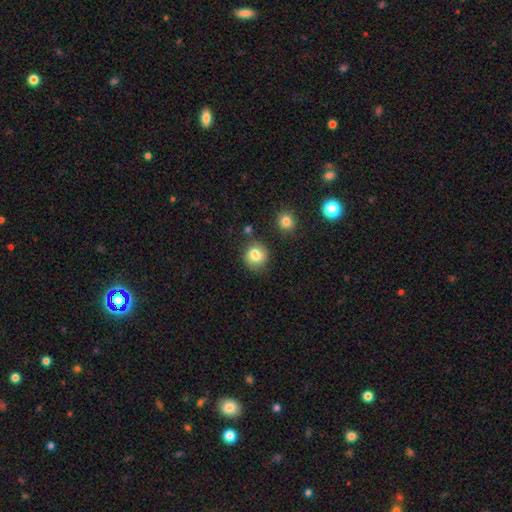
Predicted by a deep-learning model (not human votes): A smooth galaxy with no disk features (81%) that is round (84%).

Vote fractions:
- Smooth or featured? smooth: 81% / star or artifact: 10% / featured or disk: 8%
- How rounded? round: 84% / in between: 15% / cigar-shaped: 1%
- Merging? none: 75% / minor disturbance: 14% / merger: 7% / major disturbance: 4%